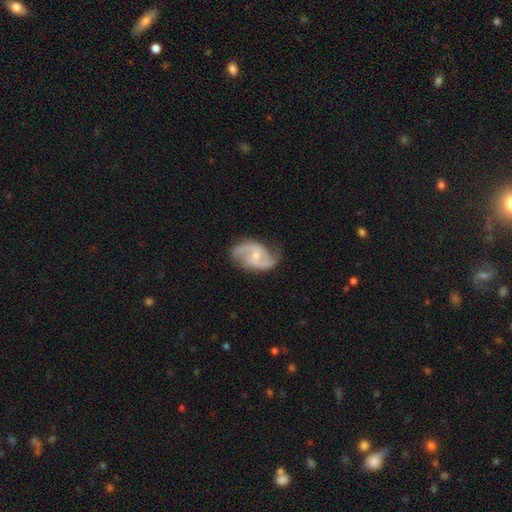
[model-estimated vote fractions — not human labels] Overall: featured or disk (89%). Edge-on disk: no (98%). Bar: weak (49%; no 37%). Spiral arms: yes (97%). Spiral arm count: 2 (92%). Spiral winding: medium (48%; loose 40%). Bulge size: small (61%; moderate 33%). Merging: none (76%).